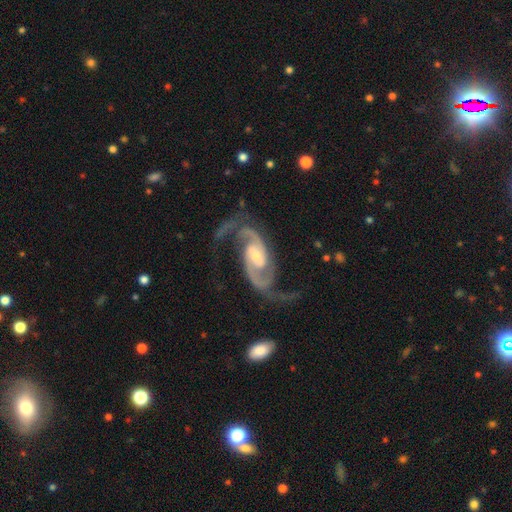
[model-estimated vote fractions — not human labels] This is clearly a featured or disk galaxy (93%). It is clearly not viewed edge-on (97%). Bar: possibly no (48%). Spiral arm pattern: clearly yes (98%). Spiral arm count: clearly 2 (93%). Spiral winding: possibly medium (53%). Central bulge: possibly small (51%). Merging: likely none (68%).